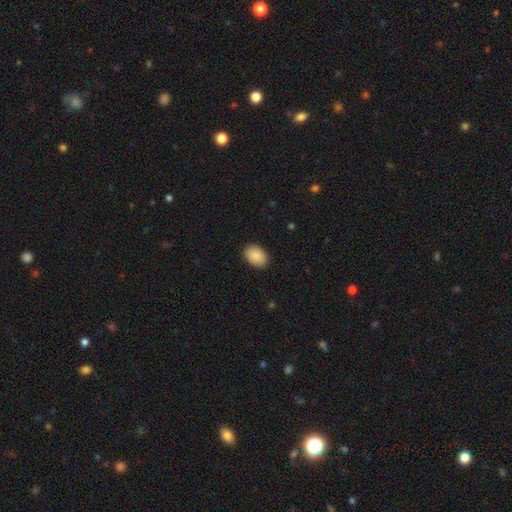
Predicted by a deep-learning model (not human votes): A smooth galaxy with no disk features (89%) that is in between round and cigar-shaped (80%).

Vote fractions:
- Smooth or featured? smooth: 89% / star or artifact: 7% / featured or disk: 4%
- How rounded? in between: 80% / round: 19% / cigar-shaped: 1%
- Merging? none: 89% / minor disturbance: 8% / major disturbance: 2% / merger: 1%